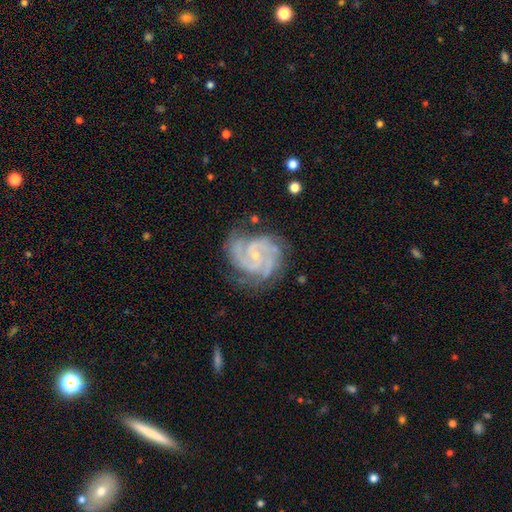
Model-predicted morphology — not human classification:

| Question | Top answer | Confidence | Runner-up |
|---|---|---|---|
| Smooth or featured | featured or disk | 91% | star or artifact (5%) |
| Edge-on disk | no | 98% | yes (2%) |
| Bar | no | 62% | weak (31%) |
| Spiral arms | yes | 98% | no (2%) |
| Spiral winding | tight | 60% | medium (36%) |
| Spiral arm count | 3 | 42% | 2 (24%) |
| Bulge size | small | 79% | moderate (16%) |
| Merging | none | 73% | minor disturbance (19%) |